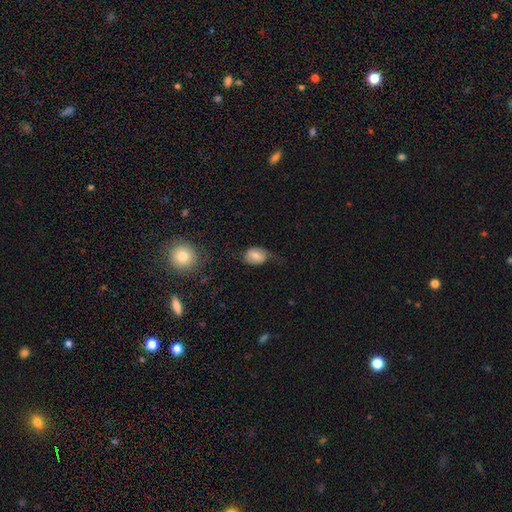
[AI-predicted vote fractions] smooth-or-featured: smooth: 71% | featured or disk: 20% | star or artifact: 9%
  how-rounded: in between: 68% | round: 30% | cigar-shaped: 1%
  merging: none: 48% | minor disturbance: 32% | major disturbance: 18% | merger: 2%